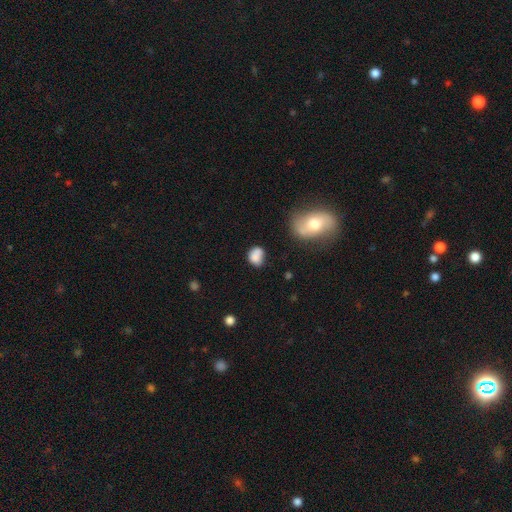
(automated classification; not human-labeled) smooth 80%, star or artifact 10%, featured or disk 10%. Down the decision tree: how rounded — in between (55%); merging — none (49%).